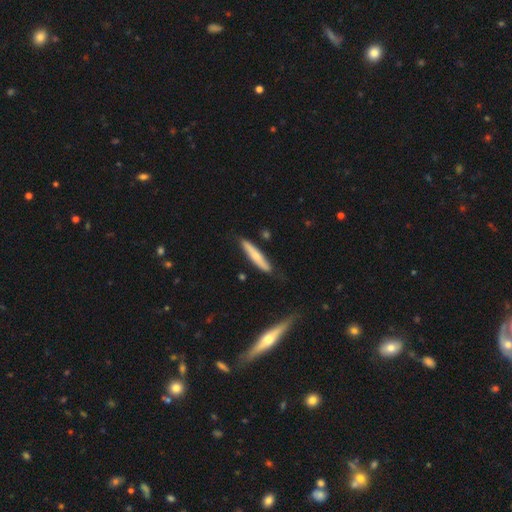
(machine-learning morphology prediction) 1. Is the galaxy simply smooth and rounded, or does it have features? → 59% smooth, 36% featured or disk, 6% star or artifact.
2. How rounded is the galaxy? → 89% cigar-shaped, 9% in between, 2% round.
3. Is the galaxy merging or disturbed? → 81% none, 15% minor disturbance, 2% merger, 2% major disturbance.